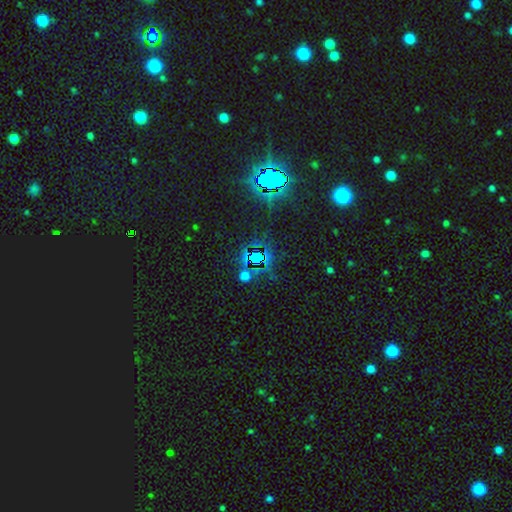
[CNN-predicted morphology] Overall: star or artifact (77%).